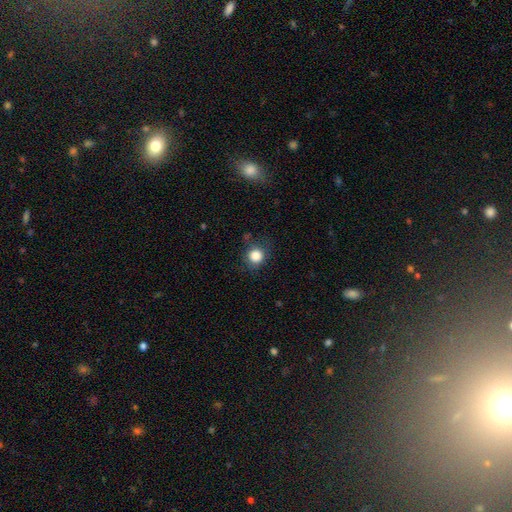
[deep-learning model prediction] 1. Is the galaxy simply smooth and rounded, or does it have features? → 84% smooth, 10% star or artifact, 5% featured or disk.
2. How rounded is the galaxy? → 86% round, 13% in between, 1% cigar-shaped.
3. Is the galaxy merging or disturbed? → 75% none, 17% minor disturbance, 6% major disturbance, 2% merger.